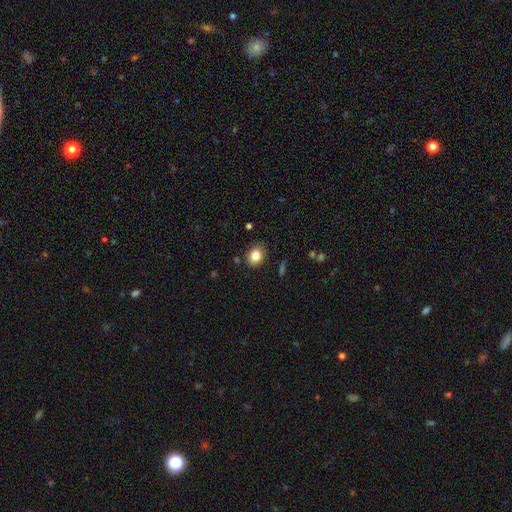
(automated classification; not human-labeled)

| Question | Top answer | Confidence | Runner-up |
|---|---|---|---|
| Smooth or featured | smooth | 82% | star or artifact (10%) |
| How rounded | in between | 53% | round (46%) |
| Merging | none | 86% | minor disturbance (10%) |